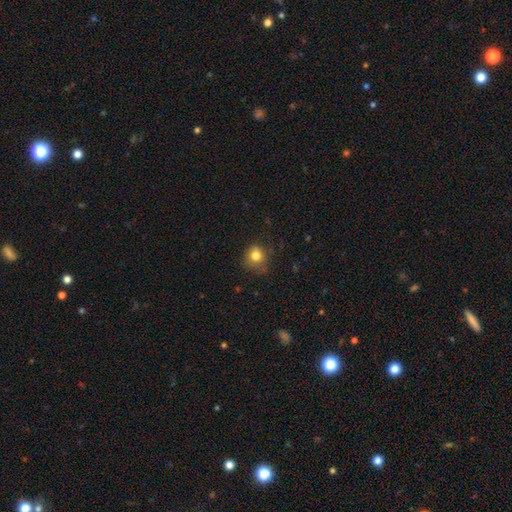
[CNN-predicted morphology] smooth 78%, star or artifact 12%, featured or disk 10%. Down the decision tree: how rounded — round (74%); merging — none (59%).